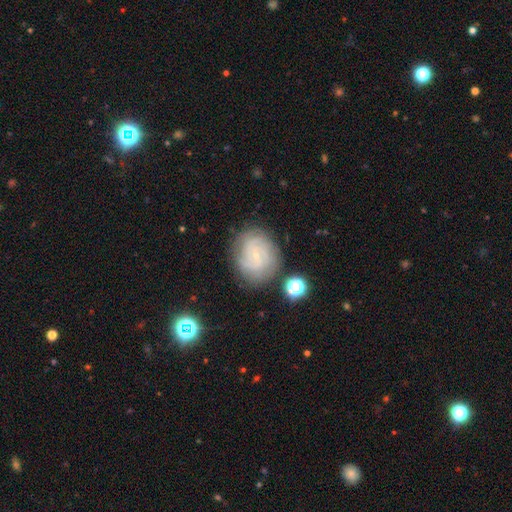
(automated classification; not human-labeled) The model was most divided on "spiral arm count": can't tell: 37%, 2: 21%, 3: 19%, 4: 12%, more than 4: 6%, 1: 5%. More confident: edge-on disk — no (98%); spiral arms — yes (92%); bulge size — small (86%); merging — none (77%); smooth or featured — featured or disk (72%); bar — no (69%); spiral winding — tight (66%).